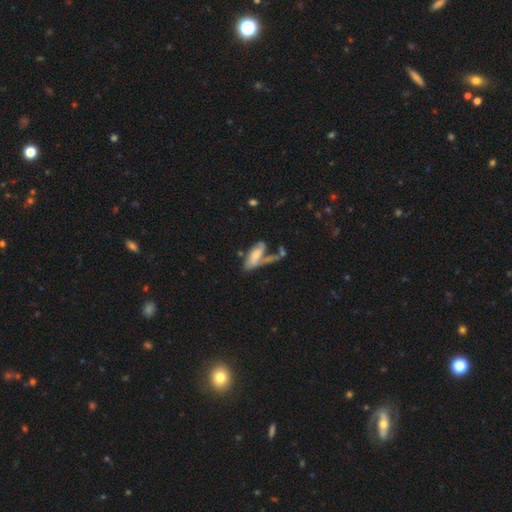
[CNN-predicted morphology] The model was most divided on "smooth or featured": smooth: 48%, featured or disk: 44%, star or artifact: 8%. Remaining: merging — major disturbance (32%).